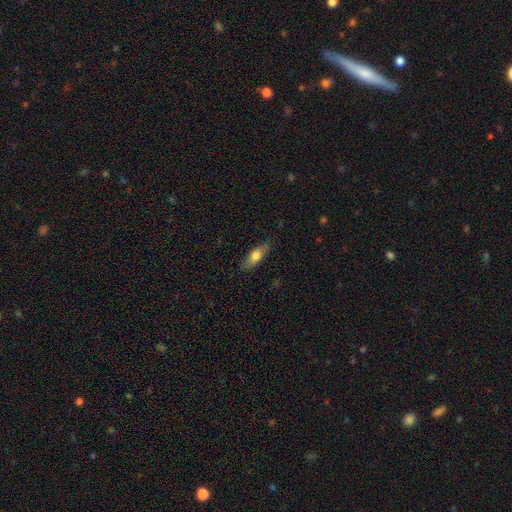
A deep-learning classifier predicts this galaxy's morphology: A smooth galaxy with no disk features (69%) that is in between round and cigar-shaped (64%). Merging: none (82%).